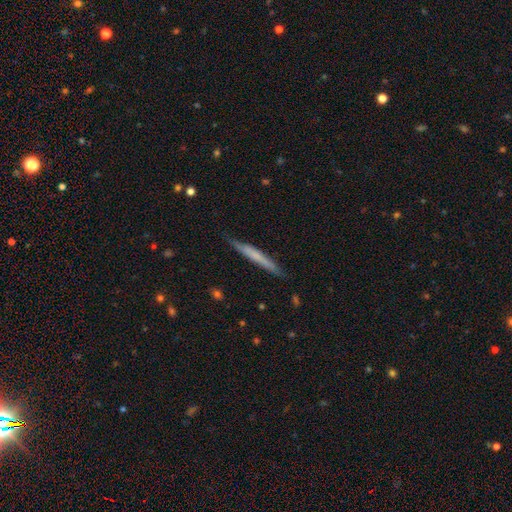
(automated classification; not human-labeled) This is possibly a smooth galaxy (52%). How rounded: clearly cigar-shaped (96%). Merging: clearly none (81%).